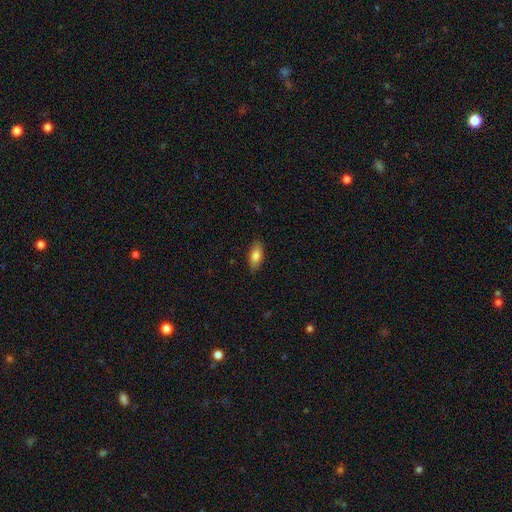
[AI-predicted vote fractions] Overall: smooth (82%). How rounded: in between (86%). Merging: none (85%).